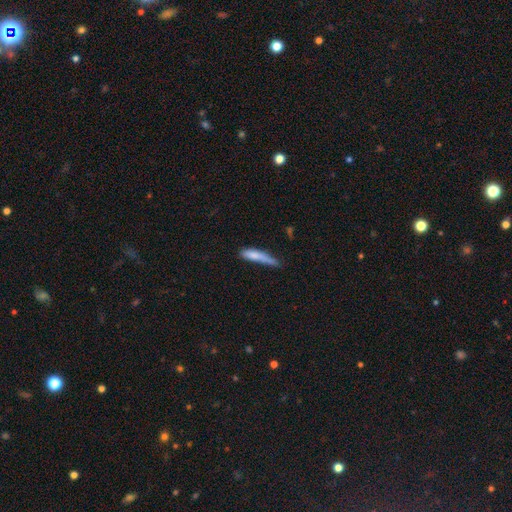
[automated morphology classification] Smooth or featured? smooth (77%)
How rounded? cigar-shaped (84%)
Merging? none (41%)